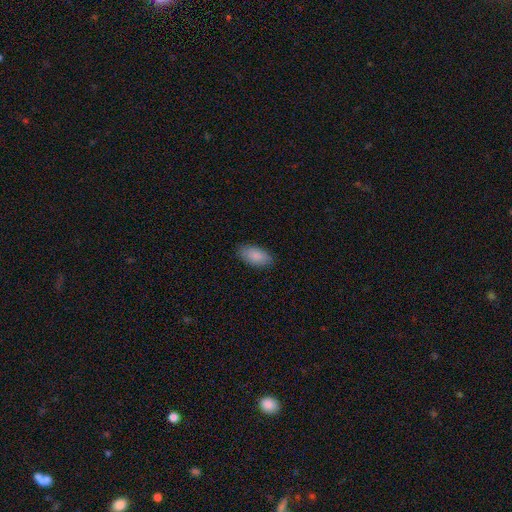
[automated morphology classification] This appears to be a smooth galaxy with no disk features (87%) that is in between round and cigar-shaped (93%). Merging: none (86%).